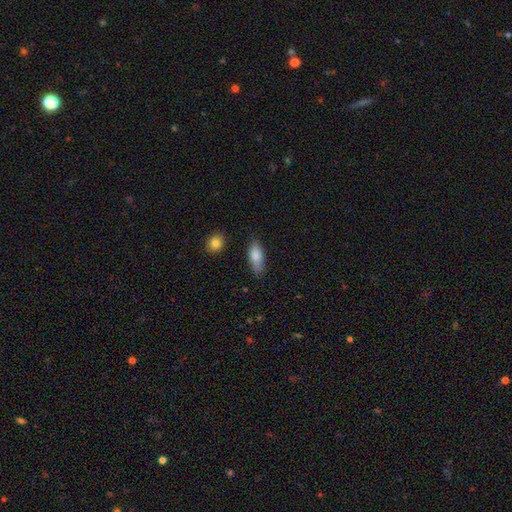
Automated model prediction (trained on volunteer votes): Smooth or featured? Predicted: smooth (p=0.83). How rounded? Predicted: in between (p=0.78). Merging? Predicted: none (p=0.78).